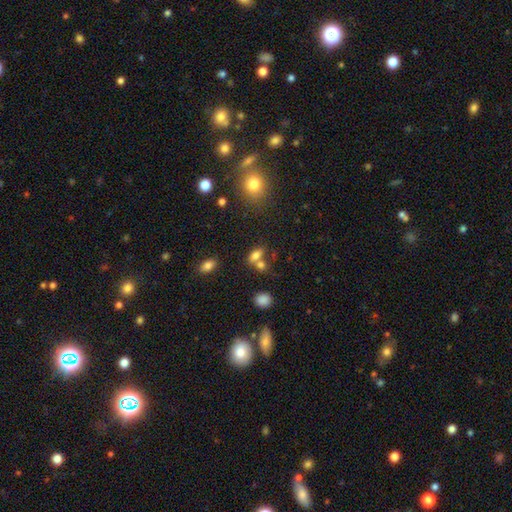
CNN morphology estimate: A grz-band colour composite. It shows a smooth galaxy with no disk features (74%) that is in between round and cigar-shaped (79%). Merging: none (42%, tied with merger).